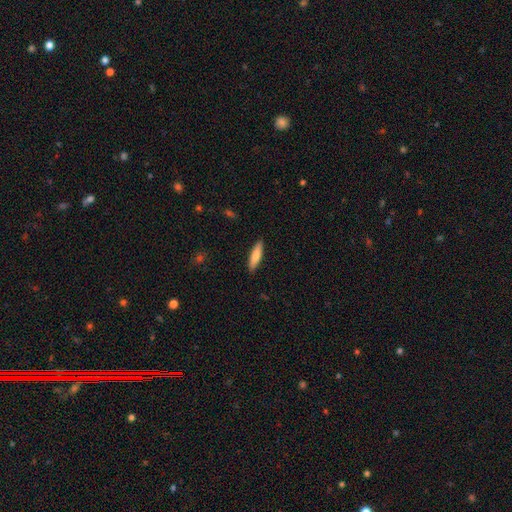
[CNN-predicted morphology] This appears to be a smooth galaxy with no disk features (77%) that is cigar-shaped (72%). Merging: none (90%).